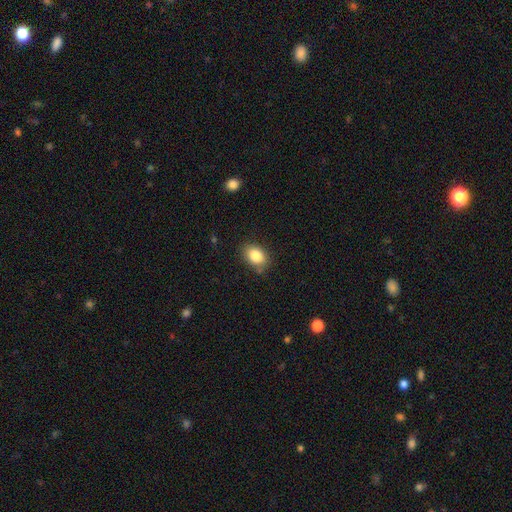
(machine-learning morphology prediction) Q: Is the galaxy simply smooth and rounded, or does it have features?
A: smooth — 85%.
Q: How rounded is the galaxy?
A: in between — 78%.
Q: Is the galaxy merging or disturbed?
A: none — 80%.